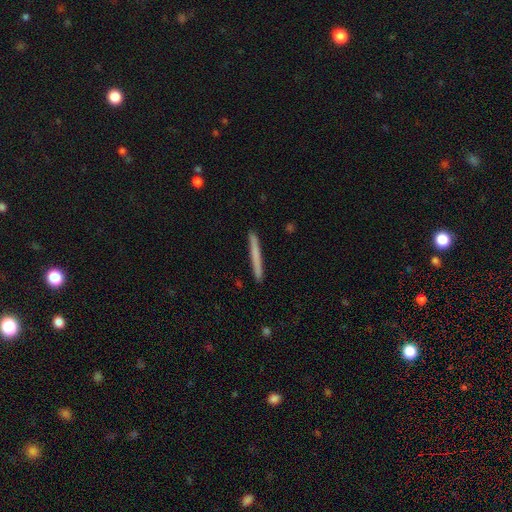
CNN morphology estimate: smooth 66%, featured or disk 28%, star or artifact 6%. Down the decision tree: how rounded — cigar-shaped (97%); merging — none (92%).